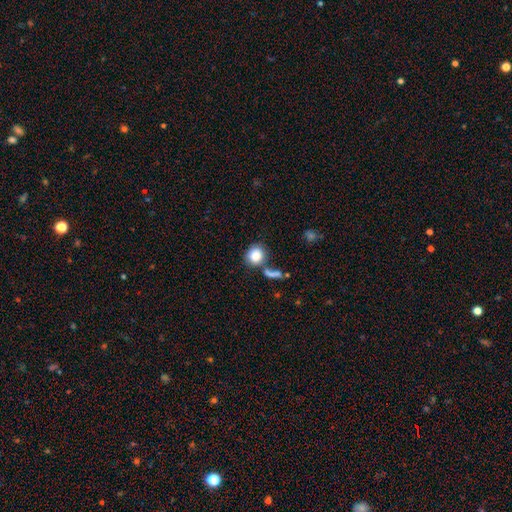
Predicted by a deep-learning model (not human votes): Smooth or featured: smooth — 84% (star or artifact — 9%)
How rounded: round — 81% (in between — 17%)
Merging: none — 57% (merger — 22%)